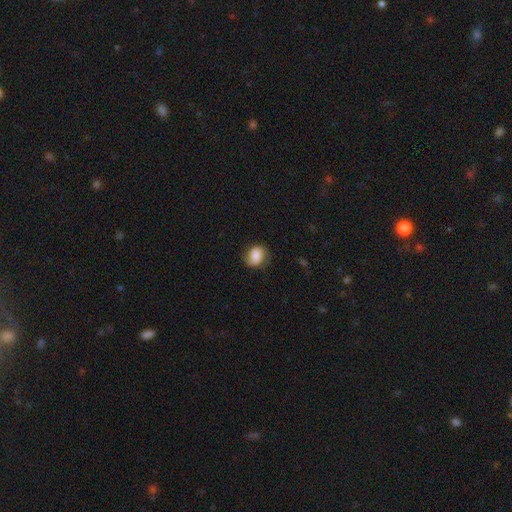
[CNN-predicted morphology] Smooth or featured?
  - smooth: 66% *
  - featured or disk: 25%
  - star or artifact: 9%
How rounded?
  - round: 53% *
  - in between: 46%
  - cigar-shaped: 1%
Merging?
  - none: 74% *
  - minor disturbance: 19%
  - major disturbance: 6%
  - merger: 1%